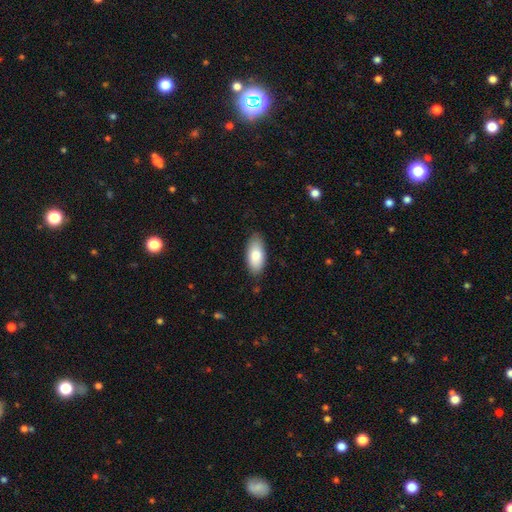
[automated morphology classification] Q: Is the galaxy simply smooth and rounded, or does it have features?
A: smooth — 82%.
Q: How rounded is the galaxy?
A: in between — 89%.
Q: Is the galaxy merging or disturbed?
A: none — 83%.